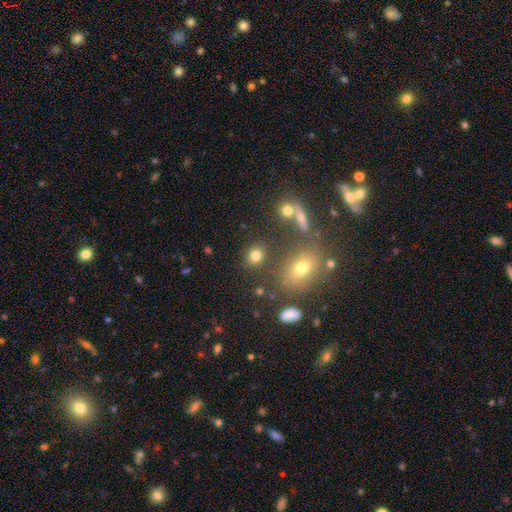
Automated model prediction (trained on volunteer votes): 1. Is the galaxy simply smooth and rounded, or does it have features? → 78% smooth, 14% star or artifact, 8% featured or disk.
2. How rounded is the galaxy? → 59% round, 40% in between, 2% cigar-shaped.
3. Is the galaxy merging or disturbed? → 79% none, 10% minor disturbance, 8% merger, 4% major disturbance.